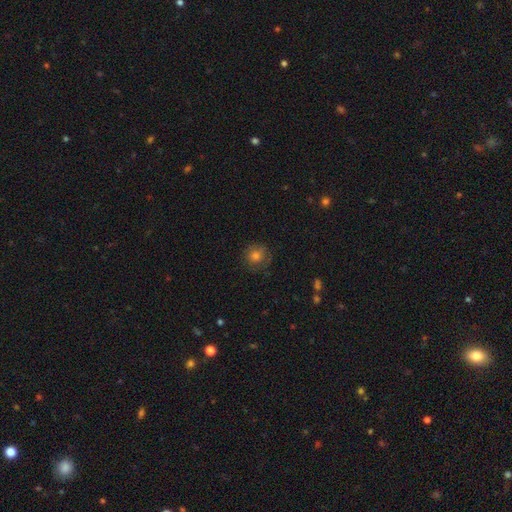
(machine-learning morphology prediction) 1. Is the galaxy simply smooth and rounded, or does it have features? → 70% smooth, 17% featured or disk, 13% star or artifact.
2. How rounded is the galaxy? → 87% round, 12% in between, 1% cigar-shaped.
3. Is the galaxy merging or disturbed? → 74% none, 17% minor disturbance, 8% major disturbance, 1% merger.